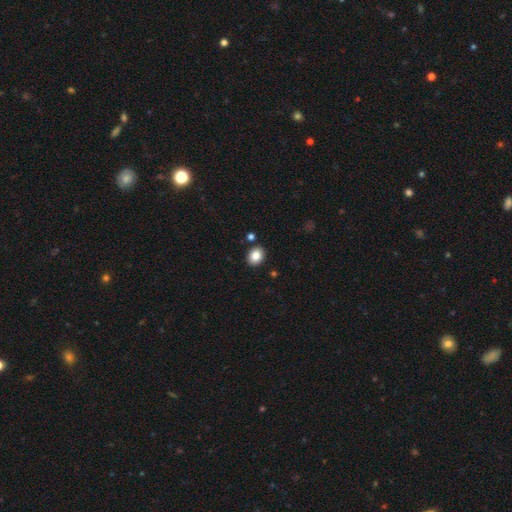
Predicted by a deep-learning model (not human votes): A smooth galaxy with no disk features (85%) that is round (51%).

Vote fractions:
- Smooth or featured? smooth: 85% / star or artifact: 9% / featured or disk: 6%
- How rounded? round: 51% / in between: 48% / cigar-shaped: 1%
- Merging? none: 87% / minor disturbance: 7% / merger: 3% / major disturbance: 2%